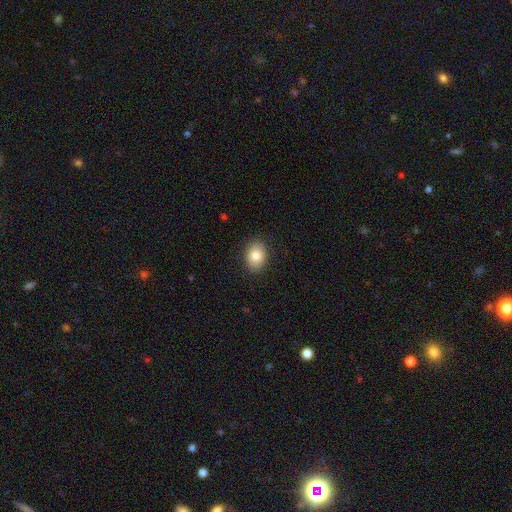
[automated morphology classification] Smooth or featured? Predicted: smooth (p=0.84). How rounded? Predicted: in between (p=0.70). Merging? Predicted: none (p=0.88).